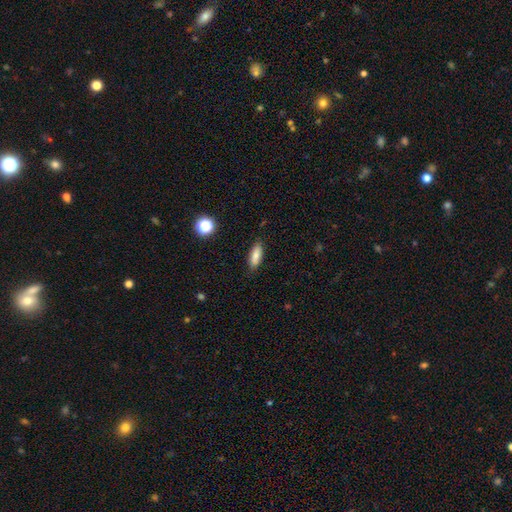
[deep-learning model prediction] smooth_or_featured: smooth (p=0.80) [alt: featured or disk p=0.12]
how_rounded: in between (p=0.71) [alt: cigar-shaped p=0.26]
merging: none (p=0.84) [alt: minor disturbance p=0.12]